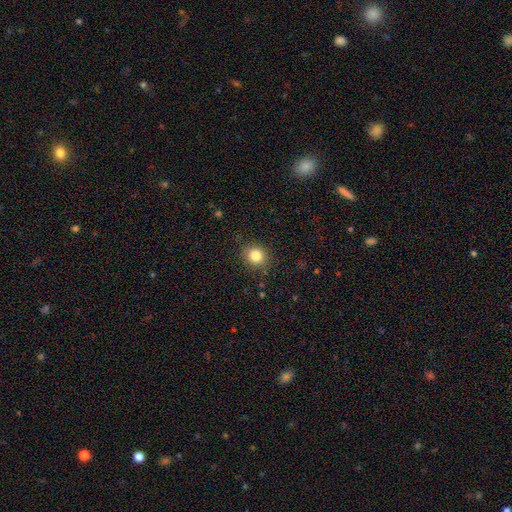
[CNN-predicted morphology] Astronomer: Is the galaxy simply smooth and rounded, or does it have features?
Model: smooth — 82%.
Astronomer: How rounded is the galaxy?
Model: round — 84%.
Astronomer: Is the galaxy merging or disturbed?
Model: none — 87%.